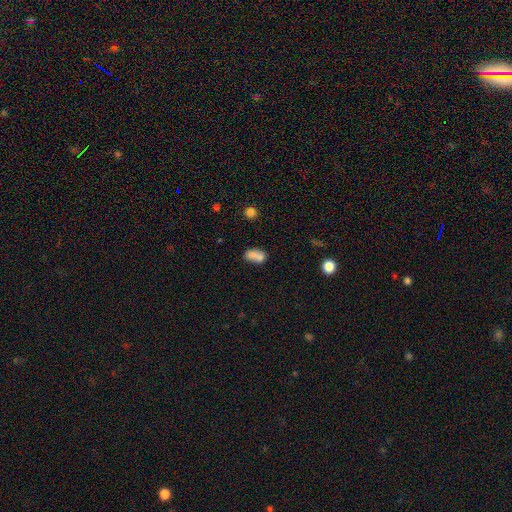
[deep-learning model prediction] smooth_or_featured: smooth (p=0.77) [alt: featured or disk p=0.12]
how_rounded: in between (p=0.85) [alt: round p=0.11]
merging: none (p=0.41) [alt: merger p=0.34]